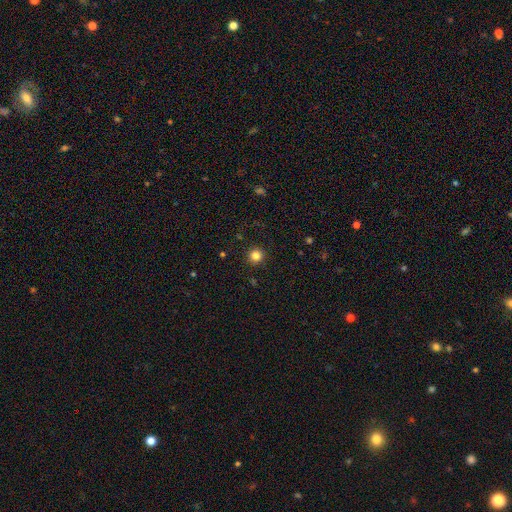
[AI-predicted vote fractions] Smooth or featured: smooth — 84% (star or artifact — 12%)
How rounded: round — 95% (in between — 4%)
Merging: none — 92% (minor disturbance — 5%)